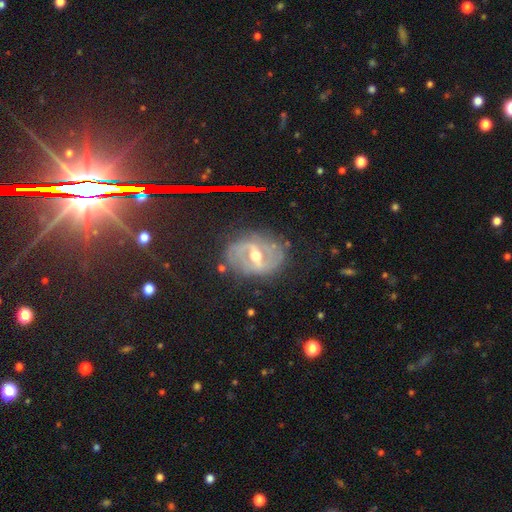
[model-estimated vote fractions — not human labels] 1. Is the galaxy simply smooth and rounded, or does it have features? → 77% featured or disk, 13% star or artifact, 10% smooth.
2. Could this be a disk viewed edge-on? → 94% no, 6% yes.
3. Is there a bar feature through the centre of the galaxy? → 49% strong, 40% weak, 11% no.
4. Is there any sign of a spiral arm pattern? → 82% yes, 18% no.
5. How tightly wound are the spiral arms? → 40% tight, 38% medium, 22% loose.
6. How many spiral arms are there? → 64% 2, 22% can't tell, 5% 3, 3% 1, 2% 4, 2% more than 4.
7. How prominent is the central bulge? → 69% moderate, 26% small, 4% large, 1% none, 1% dominant.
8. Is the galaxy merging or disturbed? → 75% none, 16% minor disturbance, 7% major disturbance, 2% merger.